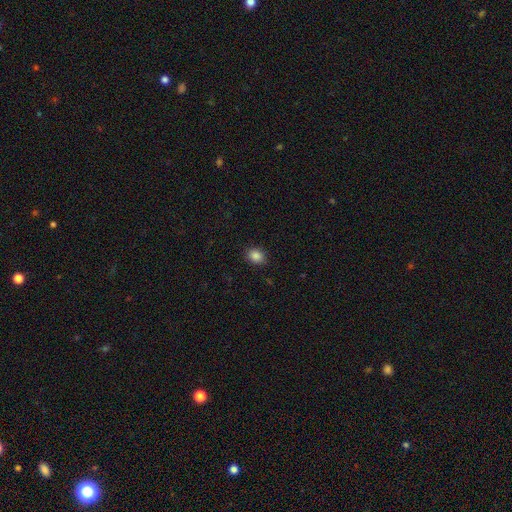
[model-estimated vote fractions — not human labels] smooth_or_featured: smooth (p=0.86) [alt: star or artifact p=0.10]
how_rounded: in between (p=0.52) [alt: round p=0.47]
merging: none (p=0.89) [alt: minor disturbance p=0.08]